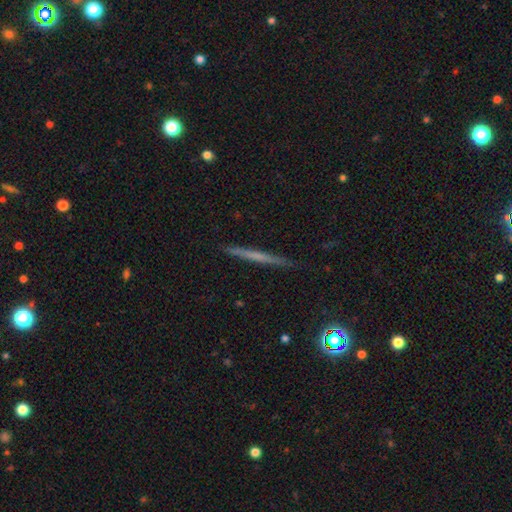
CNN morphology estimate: smooth-or-featured: featured or disk: 47% | smooth: 44% | star or artifact: 9%
  merging: none: 89% | minor disturbance: 8% | major disturbance: 2% | merger: 1%